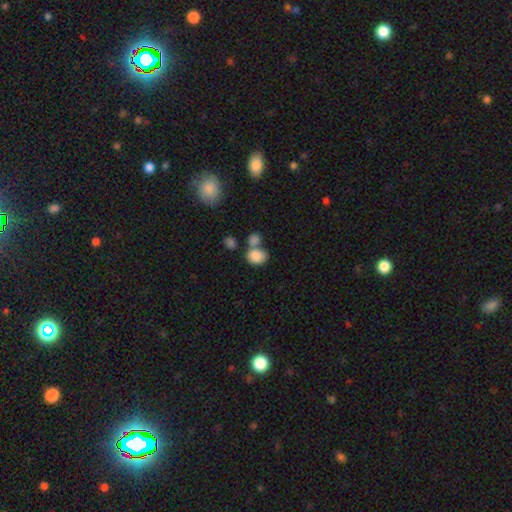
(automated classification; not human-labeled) smooth-or-featured: smooth: 84% | star or artifact: 8% | featured or disk: 8%
  how-rounded: in between: 56% | round: 43% | cigar-shaped: 1%
  merging: none: 41% (tied) | merger: 41% (tied) | minor disturbance: 12% | major disturbance: 5%